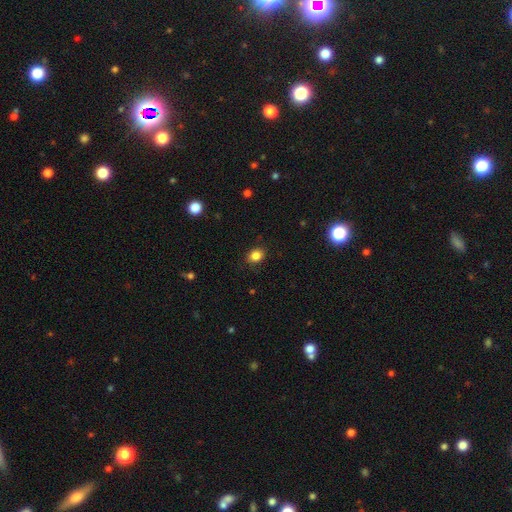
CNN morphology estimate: Smooth or featured? Predicted: smooth (p=0.85). How rounded? Predicted: round (p=0.51). Merging? Predicted: none (p=0.85).